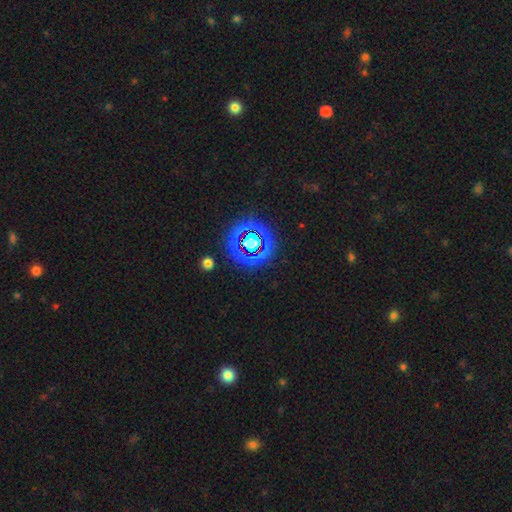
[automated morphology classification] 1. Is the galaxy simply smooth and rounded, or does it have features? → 66% star or artifact, 22% smooth, 12% featured or disk.